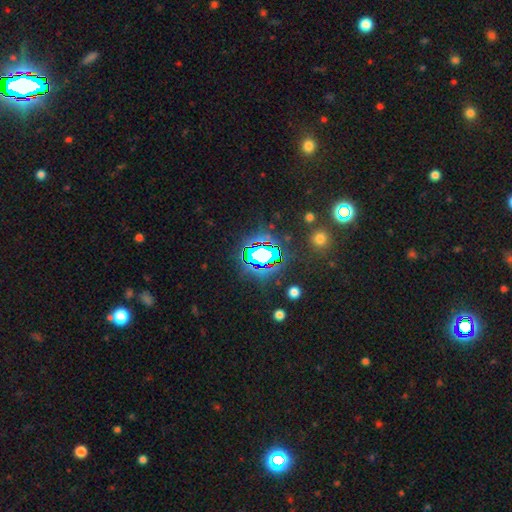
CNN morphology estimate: Smooth or featured?
  - star or artifact: 71% *
  - smooth: 17%
  - featured or disk: 12%